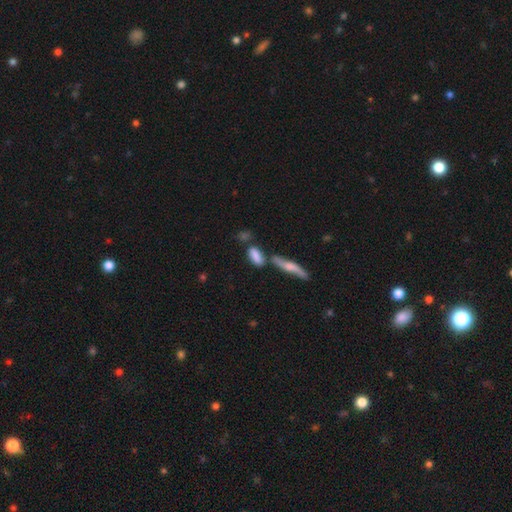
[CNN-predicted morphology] This appears to be a smooth galaxy with no disk features (77%) that is in between round and cigar-shaped (75%). Merging: none (48%).